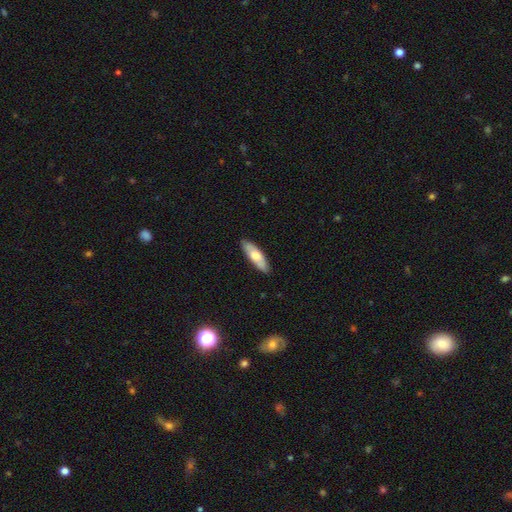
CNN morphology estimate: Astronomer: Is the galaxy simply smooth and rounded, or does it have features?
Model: smooth — 65%.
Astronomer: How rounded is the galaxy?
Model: in between — 52% (runner-up: cigar-shaped, 46%).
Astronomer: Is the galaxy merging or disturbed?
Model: none — 88%.